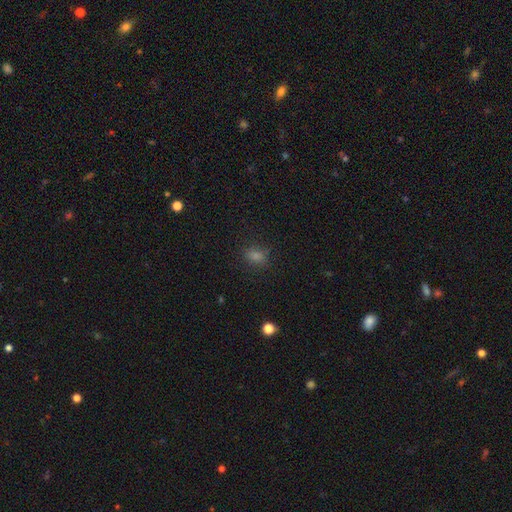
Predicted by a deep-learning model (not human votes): smooth-or-featured: smooth: 75% | star or artifact: 20% | featured or disk: 6%
  how-rounded: in between: 55% | round: 43% | cigar-shaped: 2%
  merging: none: 87% | minor disturbance: 9% | major disturbance: 3% | merger: 1%